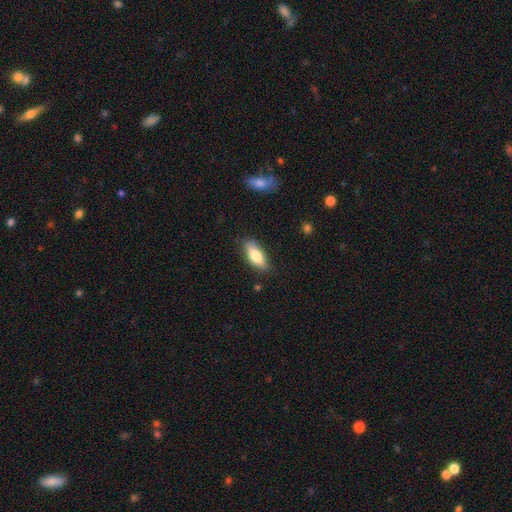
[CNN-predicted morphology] Smooth or featured: smooth — 76% (featured or disk — 17%)
How rounded: in between — 78% (cigar-shaped — 19%)
Merging: none — 78% (minor disturbance — 17%)